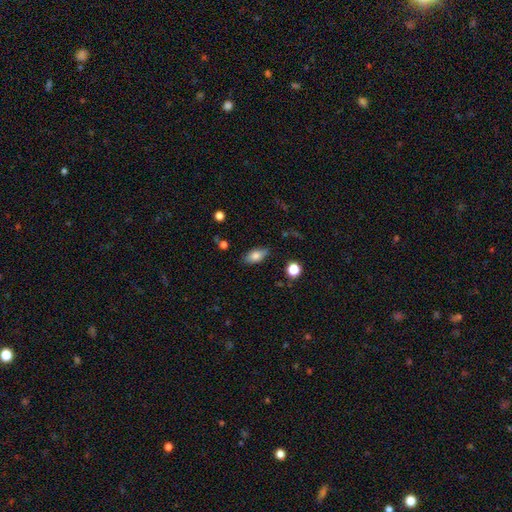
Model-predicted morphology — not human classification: type=smooth (78%); roundness=in between (87%); merging=none (82%).